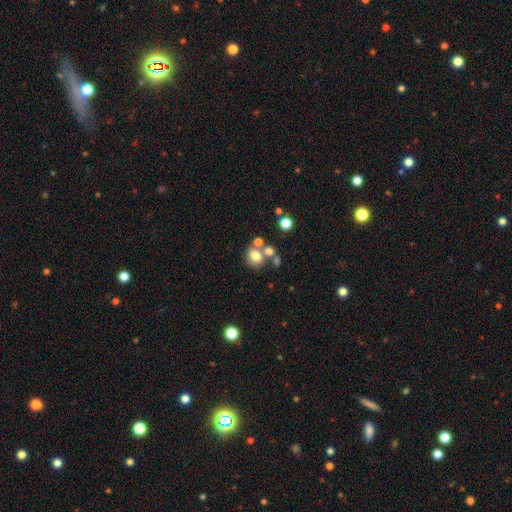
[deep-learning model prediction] This is likely a smooth galaxy (71%). How rounded: likely round (65%). Merging: possibly none (50%).